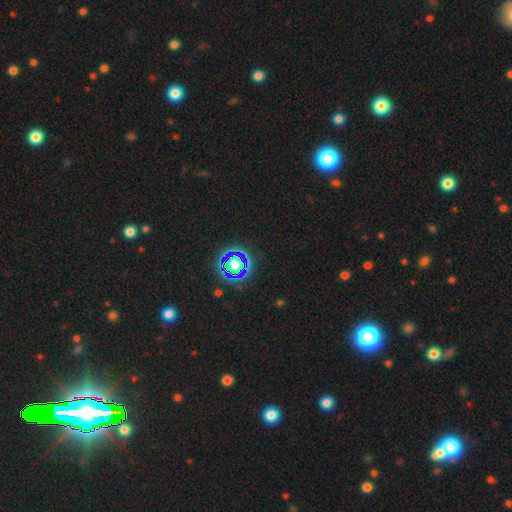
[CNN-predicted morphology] Smooth or featured? Predicted: star or artifact (p=0.78).